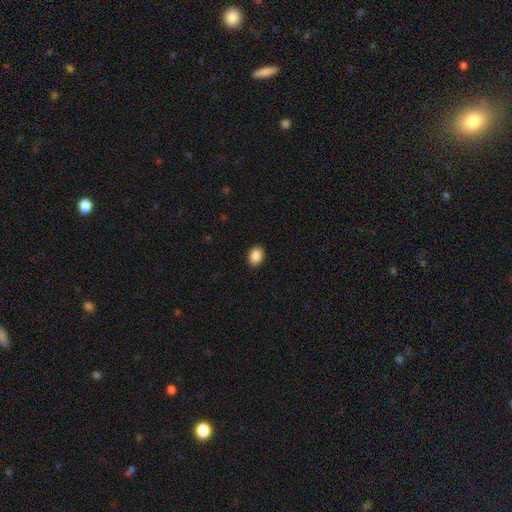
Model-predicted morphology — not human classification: A smooth galaxy with no disk features (90%) that is in between round and cigar-shaped (77%). Merging: none (91%).